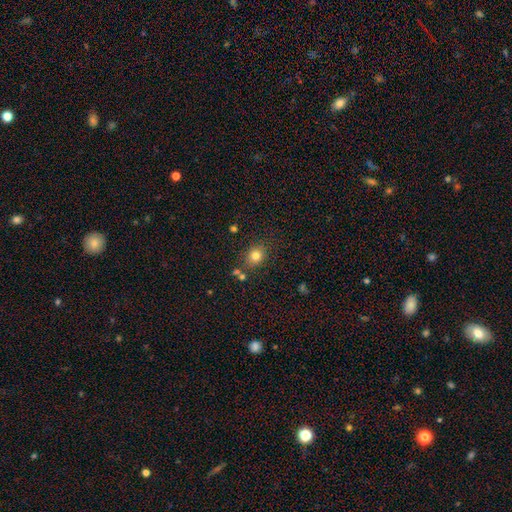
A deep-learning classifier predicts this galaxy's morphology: Smooth or featured: smooth — 79% (star or artifact — 13%)
How rounded: round — 62% (in between — 37%)
Merging: none — 77% (minor disturbance — 12%)